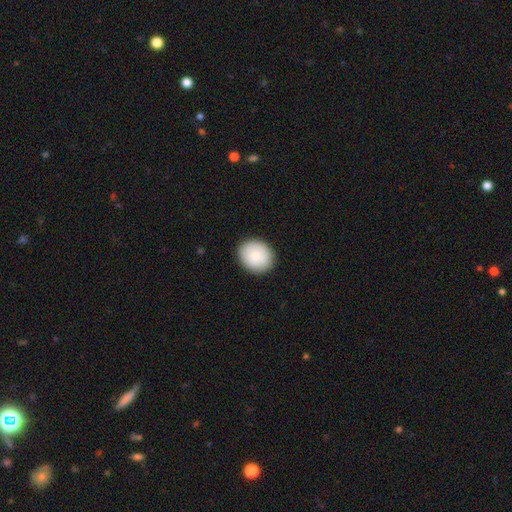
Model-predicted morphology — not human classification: smooth-or-featured: smooth: 83% | featured or disk: 10% | star or artifact: 7%
  how-rounded: round: 69% | in between: 31% | cigar-shaped: 1%
  merging: none: 89% | minor disturbance: 8% | major disturbance: 2% | merger: 1%